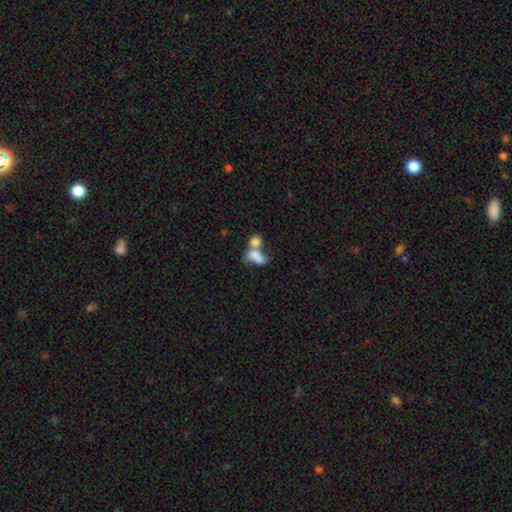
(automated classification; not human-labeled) This appears to be a smooth galaxy with no disk features (72%) that is in between round and cigar-shaped (81%). Merging: merger (68%).